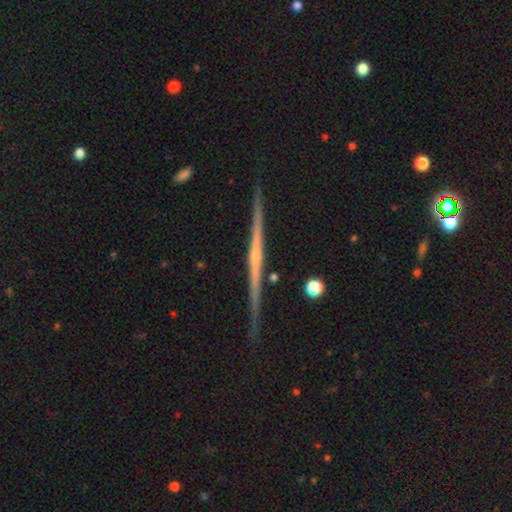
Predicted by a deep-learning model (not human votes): Smooth or featured? Predicted: featured or disk (p=0.82). Edge-on disk? Predicted: yes (p=0.98). Edge-on bulge? Predicted: none (p=0.47). Merging? Predicted: none (p=0.88).